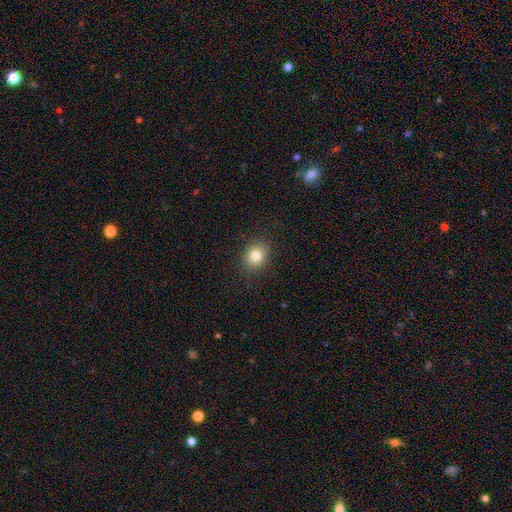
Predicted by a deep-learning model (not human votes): Smooth or featured? smooth (81%)
How rounded? round (61%)
Merging? none (89%)